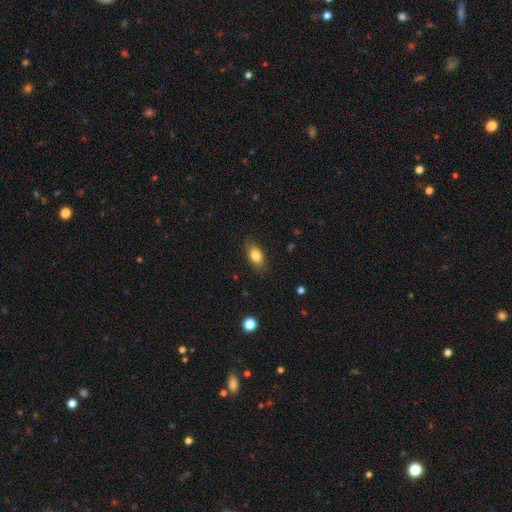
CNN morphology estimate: Overall: smooth (82%). How rounded: in between (87%). Merging: none (84%).